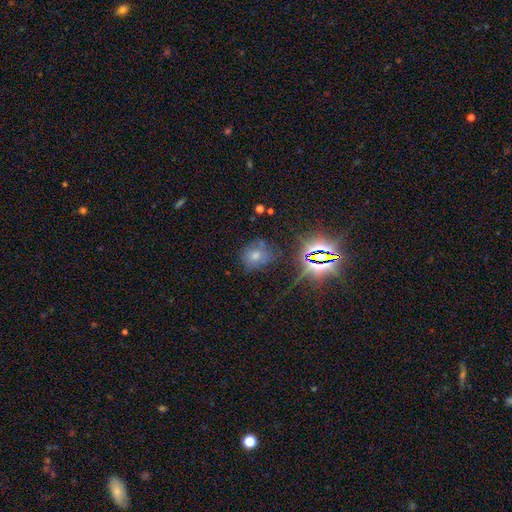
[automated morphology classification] This is possibly a smooth galaxy (58%). How rounded: likely round (64%). Merging: likely none (63%).